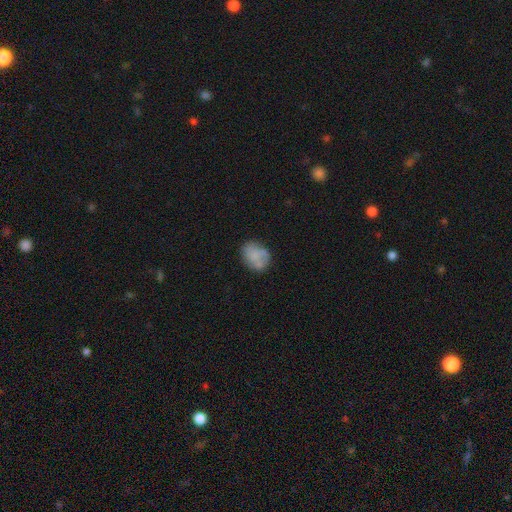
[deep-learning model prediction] Smooth or featured?
  - smooth: 65% *
  - featured or disk: 27%
  - star or artifact: 9%
How rounded?
  - in between: 54% *
  - round: 45%
  - cigar-shaped: 1%
Merging?
  - none: 59% *
  - minor disturbance: 24%
  - major disturbance: 10%
  - merger: 7%